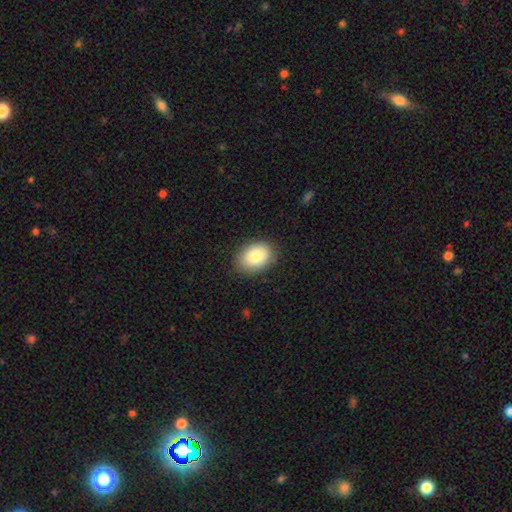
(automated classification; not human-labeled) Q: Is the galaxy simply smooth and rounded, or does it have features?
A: smooth — 84%.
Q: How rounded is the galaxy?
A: in between — 78%.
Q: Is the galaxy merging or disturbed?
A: none — 87%.